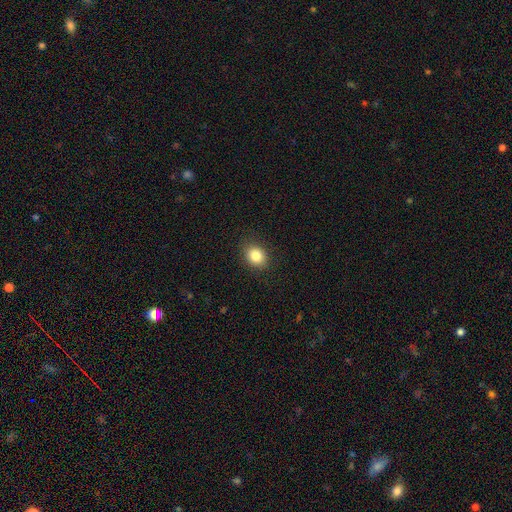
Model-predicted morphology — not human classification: This appears to be a smooth galaxy with no disk features (84%) that is in between round and cigar-shaped (52%). Merging: none (88%).